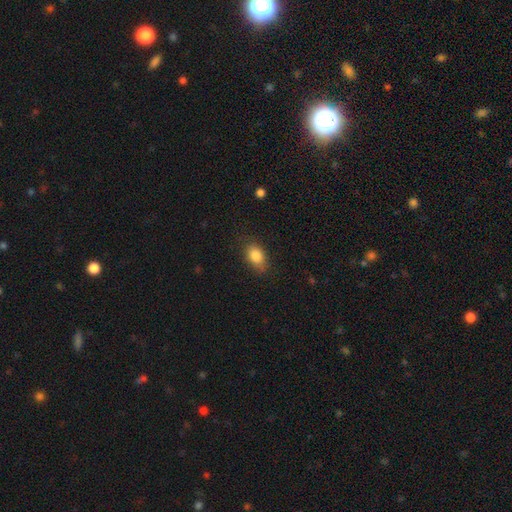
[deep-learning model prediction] A smooth galaxy with no disk features (84%) that is in between round and cigar-shaped (81%). Merging: none (76%).